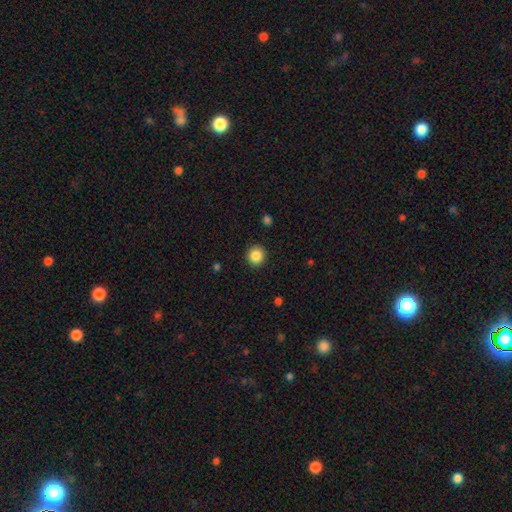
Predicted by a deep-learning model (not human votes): The model was most divided on "smooth or featured": smooth: 86%, star or artifact: 9%, featured or disk: 4%. More confident: how rounded — round (92%); merging — none (92%).